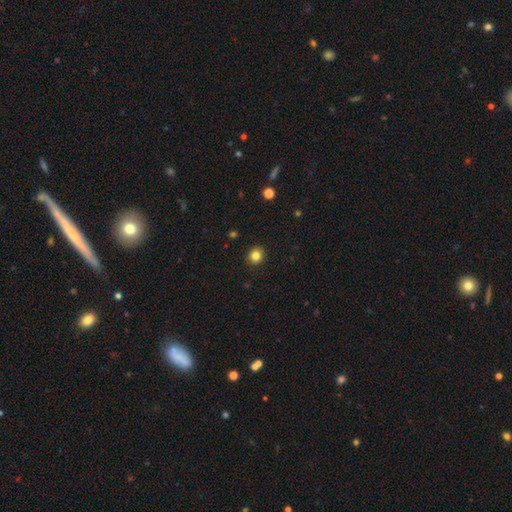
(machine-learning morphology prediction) smooth 83%, star or artifact 12%, featured or disk 5%. Down the decision tree: how rounded — round (84%); merging — none (92%).